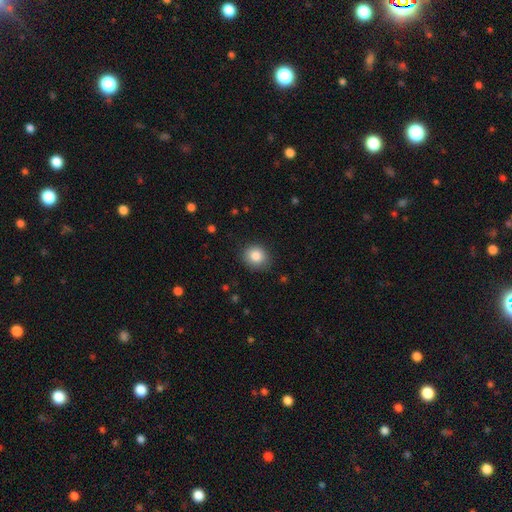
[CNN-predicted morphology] smooth 85%, star or artifact 9%, featured or disk 6%. Down the decision tree: how rounded — round (77%); merging — none (84%).